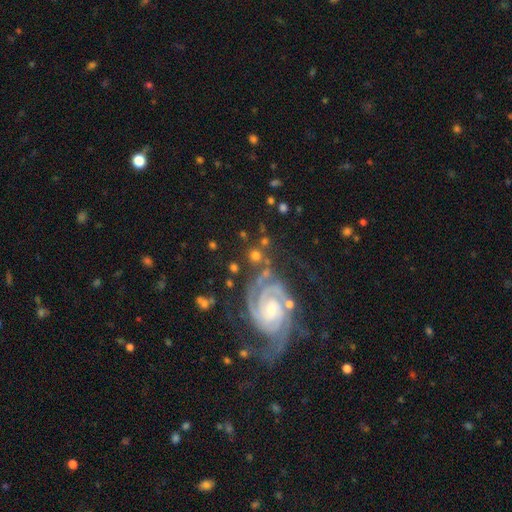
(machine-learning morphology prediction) A featured or disk galaxy (53%) with no bar (60%), spiral arms (93%) and a small central bulge (50%).

Vote fractions:
- Smooth or featured? featured or disk: 53% / smooth: 34% / star or artifact: 13%
- Edge-on disk? no: 96% / yes: 4%
- Bar? no: 60% / weak: 28% / strong: 12%
- Spiral arms? yes: 93% / no: 7%
- Bulge size? small: 50% / moderate: 34% / large: 7% / none: 6% / dominant: 3%
- Merging? none: 70% / minor disturbance: 13% / merger: 9% / major disturbance: 8%